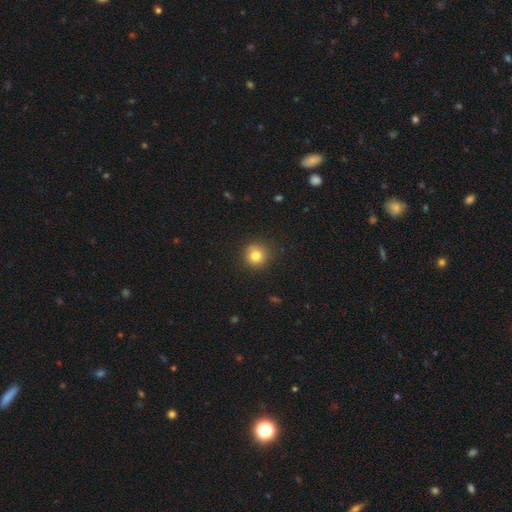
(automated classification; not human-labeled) The model was most divided on "smooth or featured": smooth: 80%, star or artifact: 12%, featured or disk: 8%. More confident: how rounded — round (93%); merging — none (87%).